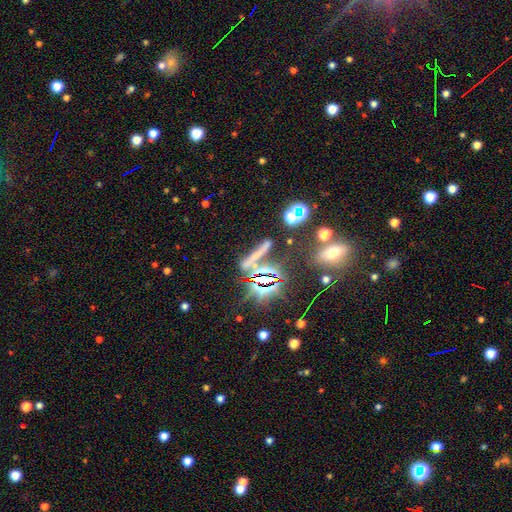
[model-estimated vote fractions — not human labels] A star or artifact, not a galaxy (46%).